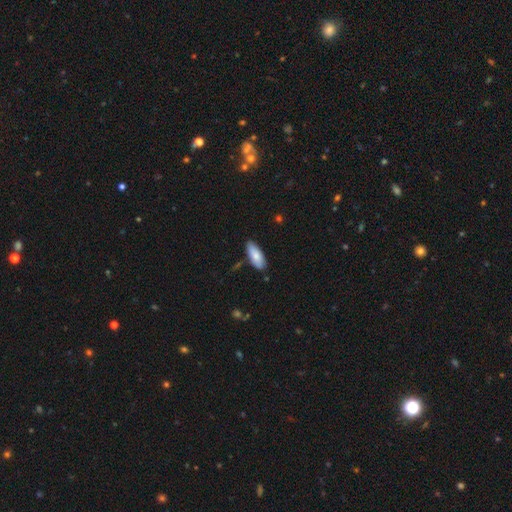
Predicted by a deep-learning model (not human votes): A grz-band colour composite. It shows a smooth galaxy with no disk features (81%) that is in between round and cigar-shaped (80%). Merging: none (82%).